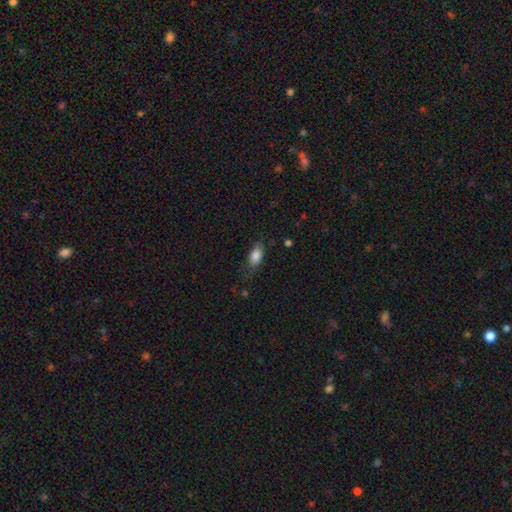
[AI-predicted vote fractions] smooth-or-featured: smooth: 83% | featured or disk: 10% | star or artifact: 8%
  how-rounded: in between: 85% | cigar-shaped: 9% | round: 6%
  merging: none: 68% | minor disturbance: 23% | major disturbance: 7% | merger: 1%